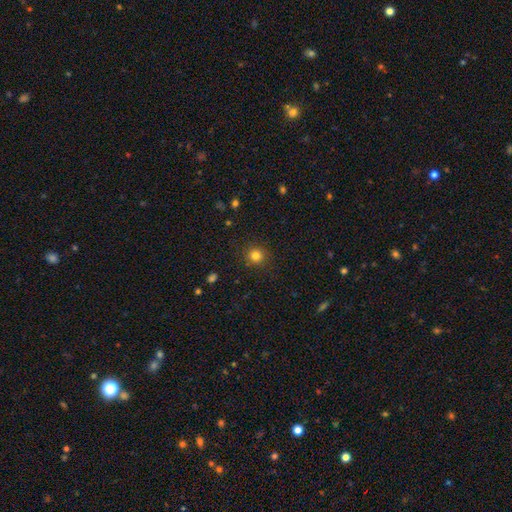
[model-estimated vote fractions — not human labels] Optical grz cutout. It shows a smooth galaxy with no disk features (82%) that is round (91%). Merging: none (89%).